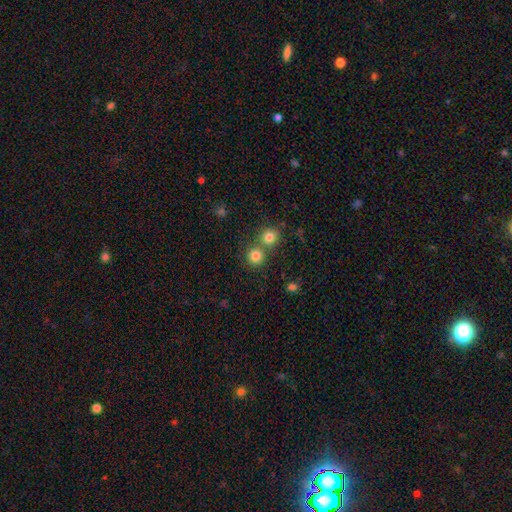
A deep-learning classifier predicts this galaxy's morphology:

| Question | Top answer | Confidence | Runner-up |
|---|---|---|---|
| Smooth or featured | smooth | 81% | star or artifact (13%) |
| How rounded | round | 91% | in between (8%) |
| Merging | none | 65% | merger (27%) |